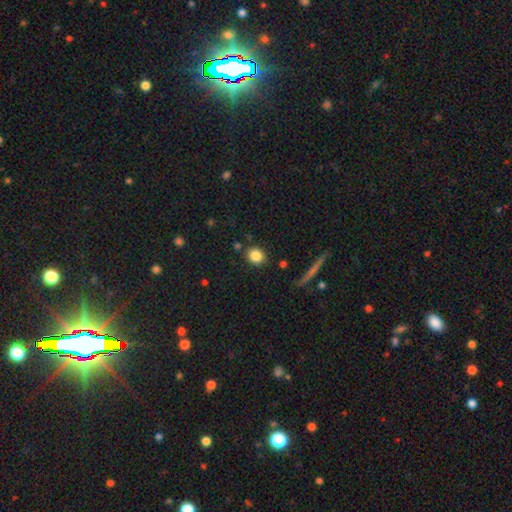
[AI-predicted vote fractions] smooth_or_featured: smooth (p=0.84) [alt: star or artifact p=0.10]
how_rounded: round (p=0.72) [alt: in between p=0.26]
merging: none (p=0.84) [alt: minor disturbance p=0.09]